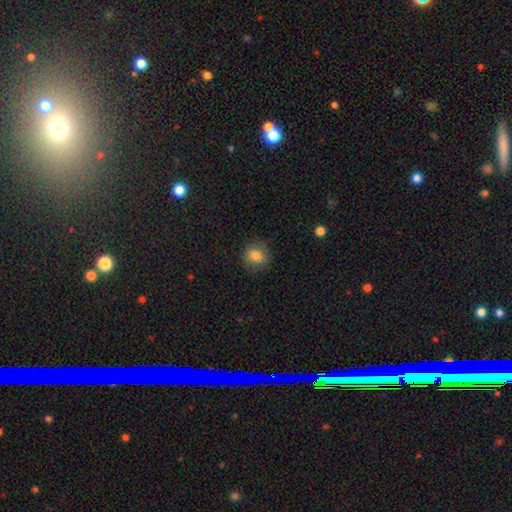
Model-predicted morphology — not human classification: The model was most divided on "how rounded": round: 77%, in between: 22%, cigar-shaped: 1%. More confident: merging — none (84%); smooth or featured — smooth (80%).